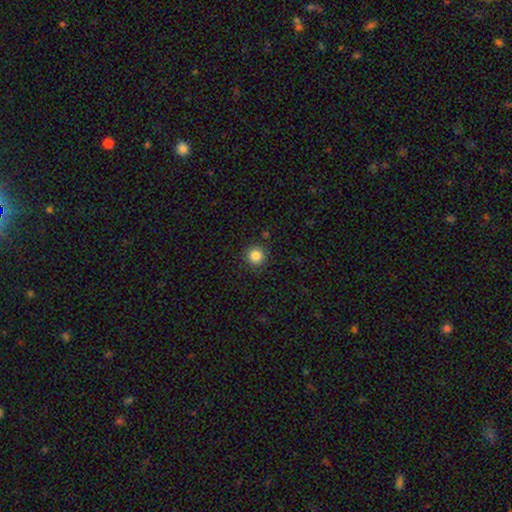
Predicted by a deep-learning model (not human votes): Smooth or featured: smooth — 85% (star or artifact — 11%)
How rounded: round — 95% (in between — 4%)
Merging: none — 91% (minor disturbance — 6%)